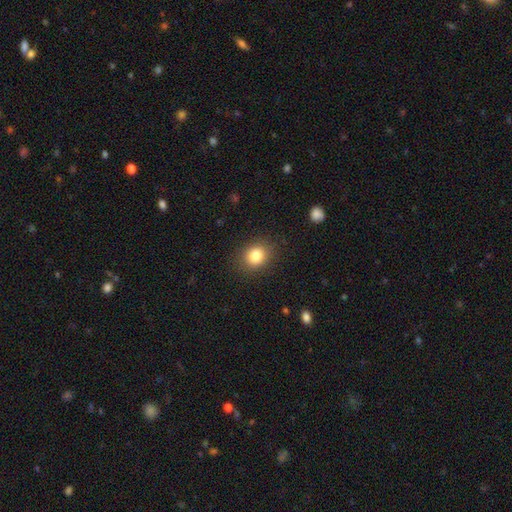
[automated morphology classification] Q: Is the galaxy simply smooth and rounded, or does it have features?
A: smooth — 83%.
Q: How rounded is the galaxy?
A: round — 60%.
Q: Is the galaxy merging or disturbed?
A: none — 86%.